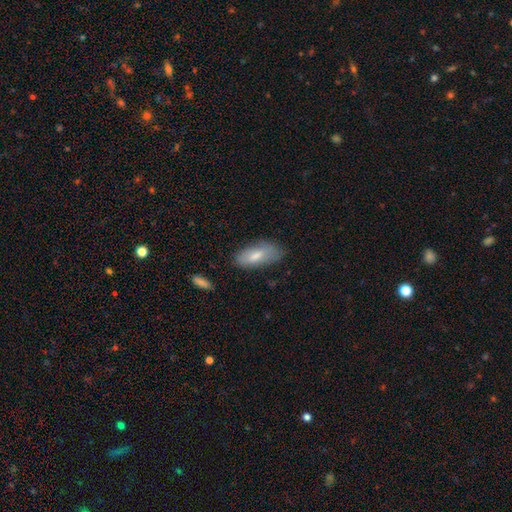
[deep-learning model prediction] This is likely a smooth galaxy (76%). How rounded: clearly in between (83%). Merging: likely none (72%).